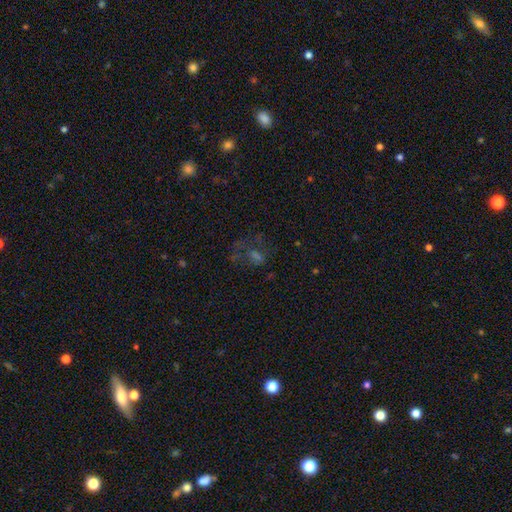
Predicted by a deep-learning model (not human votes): This is marginally a star or artifact rather than a galaxy (37%).